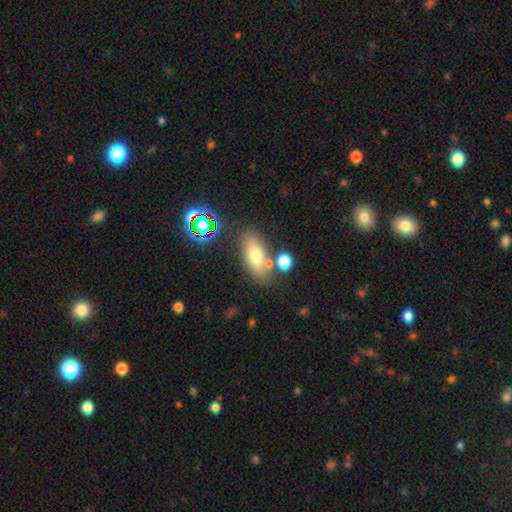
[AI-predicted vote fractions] Morphology: type=smooth (67%); roundness=in between (76%); merging=none (71%).